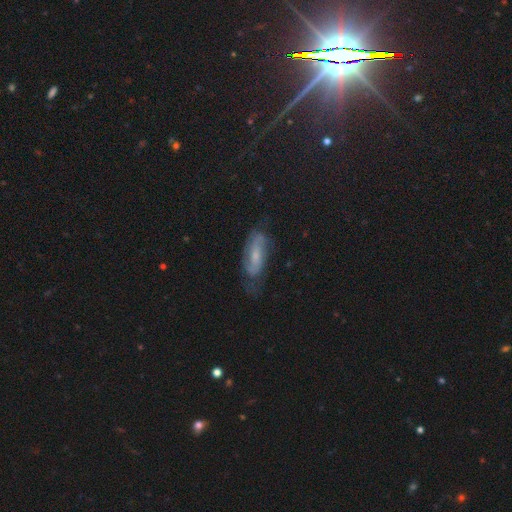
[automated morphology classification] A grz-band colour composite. It shows a featured or disk galaxy (61%) with no bar (44%), spiral arms (83%) and a small central bulge (55%). Merging: none (62%).